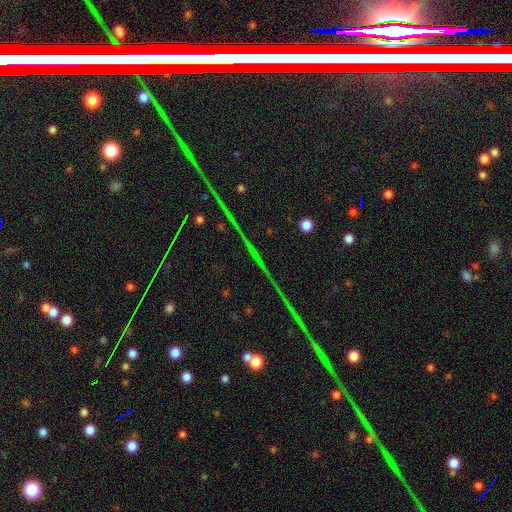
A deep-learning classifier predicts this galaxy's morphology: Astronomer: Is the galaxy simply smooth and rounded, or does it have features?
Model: star or artifact — 80%.